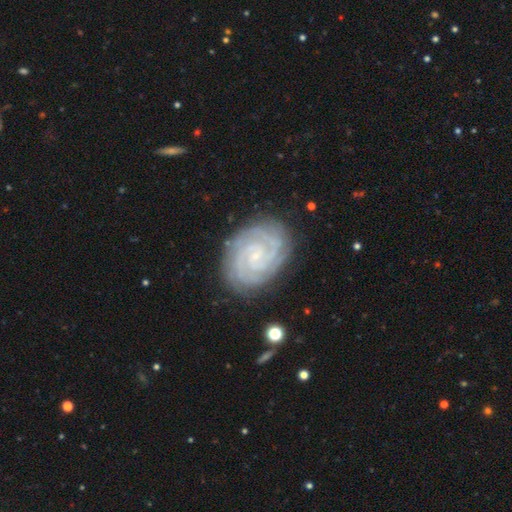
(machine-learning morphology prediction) This is clearly a featured or disk galaxy (91%). It is clearly not viewed edge-on (98%). Bar: likely no (64%). Spiral arm pattern: clearly yes (99%). Spiral arm count: marginally 2 (39%). Spiral winding: clearly tight (85%). Central bulge: clearly small (83%). Merging: clearly none (84%).